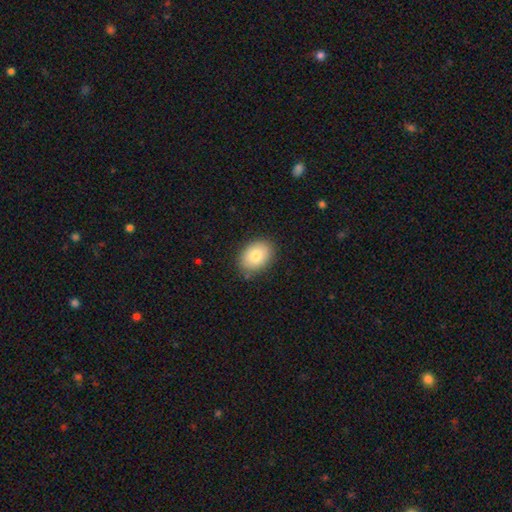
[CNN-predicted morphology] This appears to be a smooth galaxy with no disk features (81%) that is in between round and cigar-shaped (72%). Merging: none (84%).